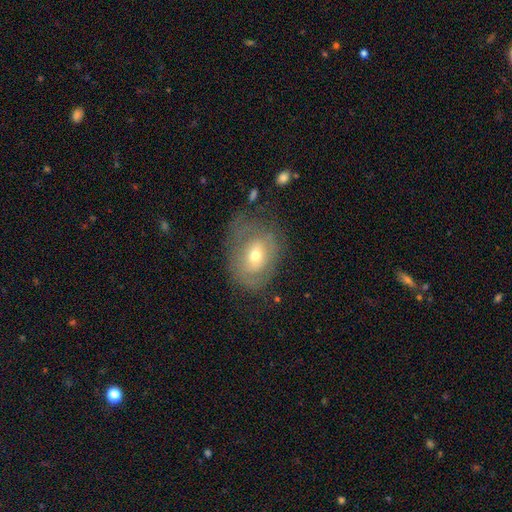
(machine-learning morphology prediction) Smooth or featured?
  - featured or disk: 52% *
  - smooth: 39%
  - star or artifact: 9%
Edge-on disk?
  - no: 94% *
  - yes: 6%
Merging?
  - none: 51% *
  - minor disturbance: 26%
  - major disturbance: 21%
  - merger: 2%